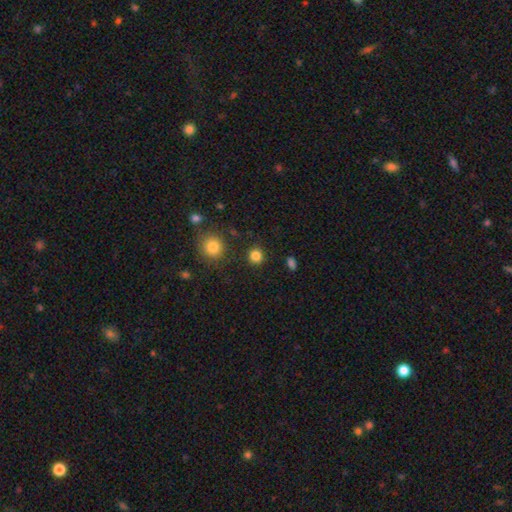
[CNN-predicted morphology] The model was most divided on "smooth or featured": smooth: 84%, star or artifact: 12%, featured or disk: 4%. More confident: how rounded — round (90%); merging — none (89%).